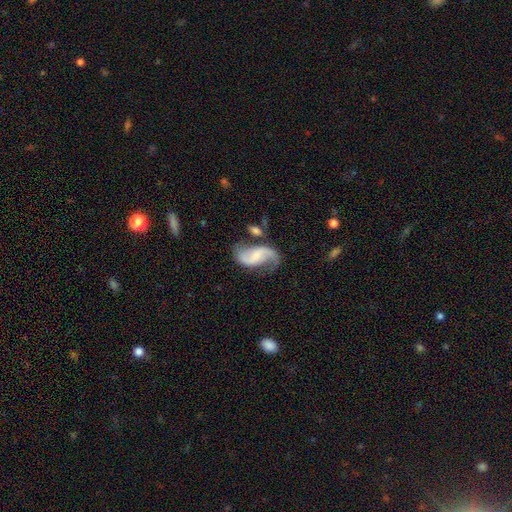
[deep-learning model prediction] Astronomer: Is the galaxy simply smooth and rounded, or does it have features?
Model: featured or disk — 80%.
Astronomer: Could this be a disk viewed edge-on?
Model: no — 97%.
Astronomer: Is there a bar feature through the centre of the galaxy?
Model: weak — 43% (runner-up: no, 40%).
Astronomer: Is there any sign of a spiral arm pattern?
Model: yes — 95%.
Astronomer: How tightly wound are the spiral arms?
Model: loose — 65%.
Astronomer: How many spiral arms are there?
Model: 2 — 85%.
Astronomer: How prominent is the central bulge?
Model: small — 44% (runner-up: moderate, 26%).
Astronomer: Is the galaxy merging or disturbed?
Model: none — 55%.